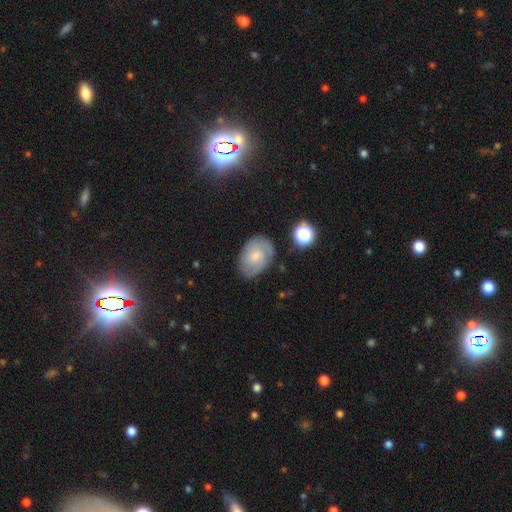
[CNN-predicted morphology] Smooth or featured? featured or disk (56%)
Edge-on disk? no (97%)
Bar? no (64%)
Spiral arms? yes (86%)
Bulge size? small (53%)
Merging? none (72%)